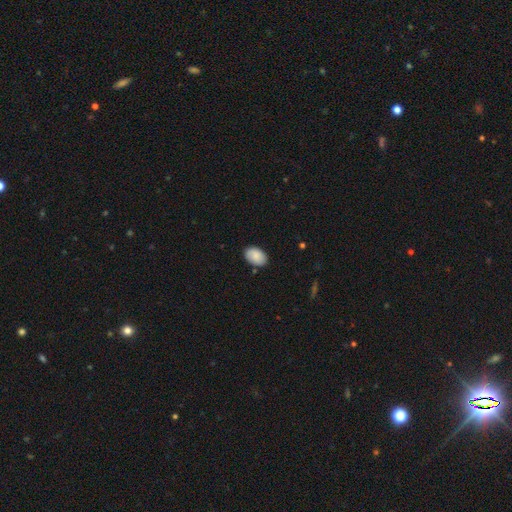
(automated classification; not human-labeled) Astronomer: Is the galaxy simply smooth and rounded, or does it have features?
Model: smooth — 86%.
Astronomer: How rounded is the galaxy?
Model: in between — 88%.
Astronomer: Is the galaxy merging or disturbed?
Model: none — 84%.